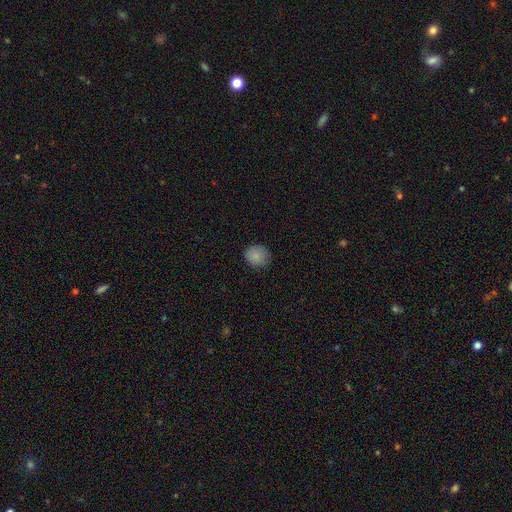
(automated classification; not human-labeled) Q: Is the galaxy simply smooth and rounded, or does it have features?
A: smooth — 86%.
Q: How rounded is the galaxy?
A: round — 83%.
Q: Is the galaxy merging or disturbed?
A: none — 85%.